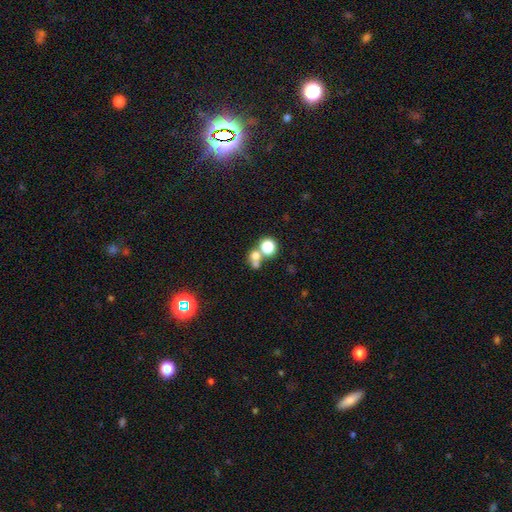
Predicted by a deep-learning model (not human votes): smooth 69%, star or artifact 16%, featured or disk 15%. Down the decision tree: how rounded — round (76%); merging — merger (54%).